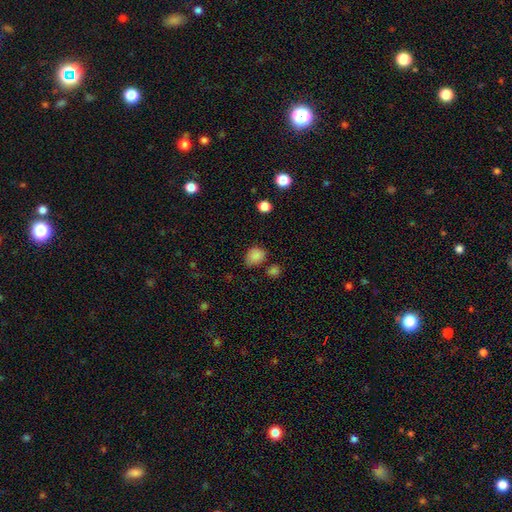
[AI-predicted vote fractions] Smooth or featured?
  - smooth: 85% *
  - star or artifact: 10%
  - featured or disk: 5%
How rounded?
  - in between: 52% *
  - round: 47%
  - cigar-shaped: 1%
Merging?
  - none: 60% *
  - minor disturbance: 27%
  - merger: 7%
  - major disturbance: 6%